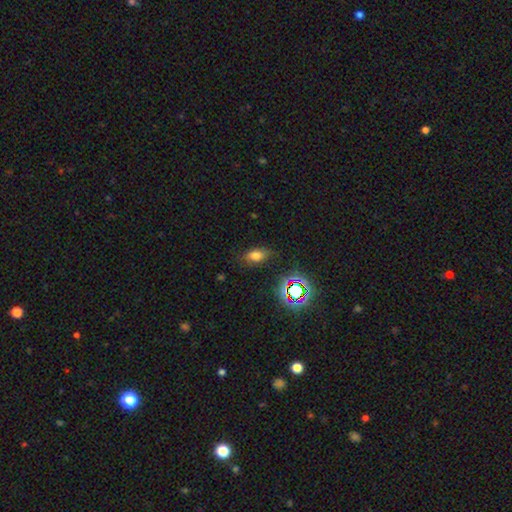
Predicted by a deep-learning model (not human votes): Overall: smooth (68%). How rounded: in between (84%). Merging: none (78%).